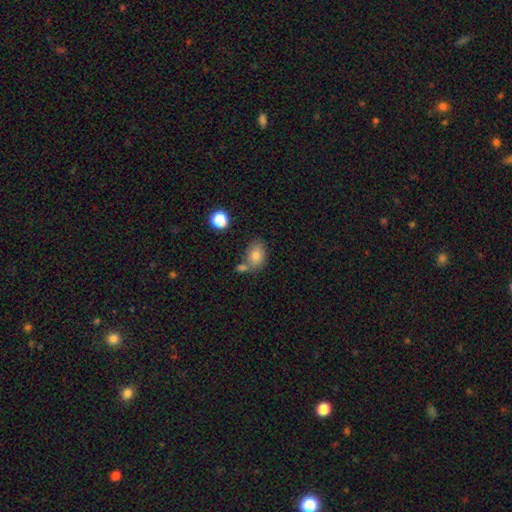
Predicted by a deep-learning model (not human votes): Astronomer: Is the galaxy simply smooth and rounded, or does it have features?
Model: smooth — 78%.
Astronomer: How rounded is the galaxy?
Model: in between — 75%.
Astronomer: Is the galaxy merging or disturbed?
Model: none — 56%.